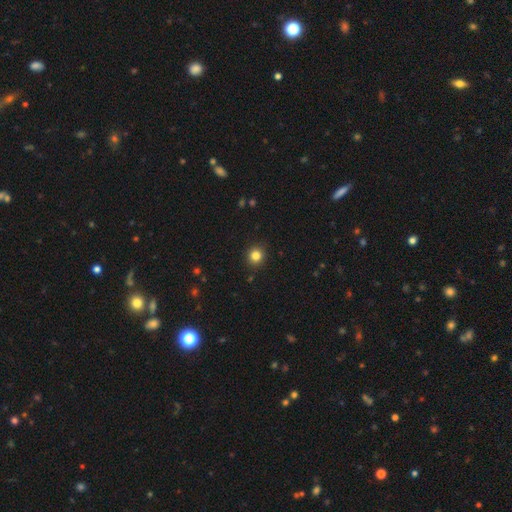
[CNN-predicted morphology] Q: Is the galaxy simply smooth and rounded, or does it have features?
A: smooth — 83%.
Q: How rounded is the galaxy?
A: round — 90%.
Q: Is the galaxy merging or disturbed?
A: none — 91%.